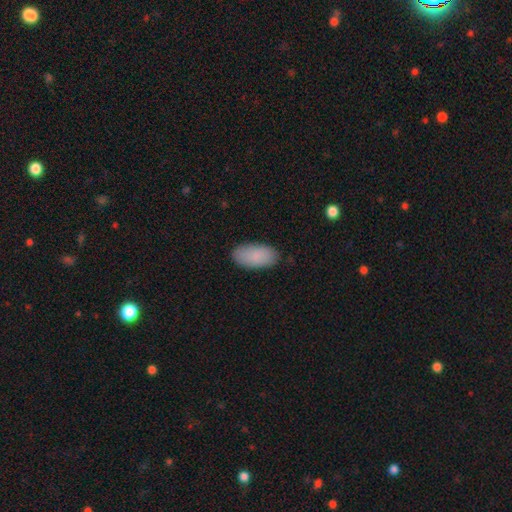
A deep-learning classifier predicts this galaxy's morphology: type=smooth (88%); roundness=in between (95%); merging=none (87%).